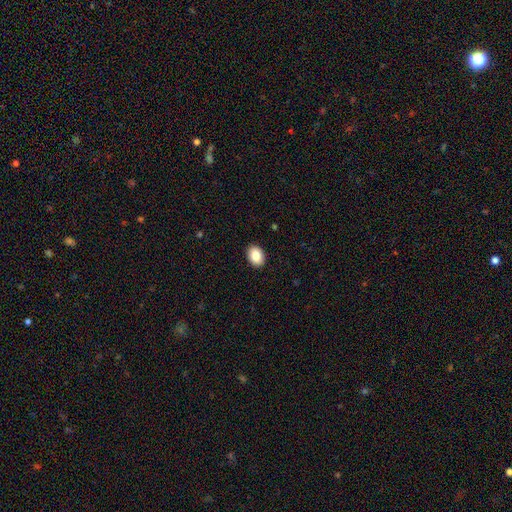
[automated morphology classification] This appears to be a smooth galaxy with no disk features (85%) that is in between round and cigar-shaped (72%). Merging: none (91%).